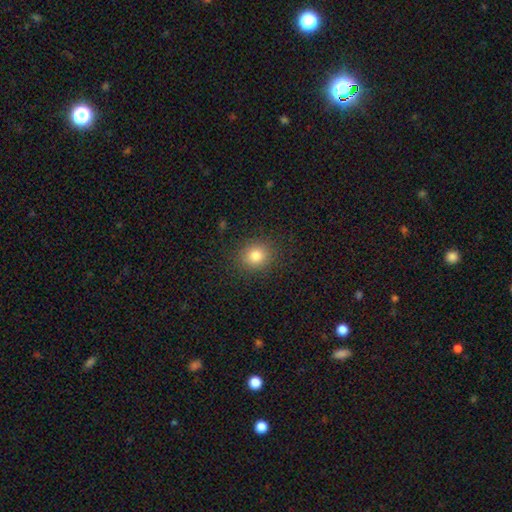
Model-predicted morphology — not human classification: smooth-or-featured: smooth: 82% | star or artifact: 12% | featured or disk: 6%
  how-rounded: round: 78% | in between: 22% | cigar-shaped: 1%
  merging: none: 89% | minor disturbance: 8% | major disturbance: 3% | merger: 1%